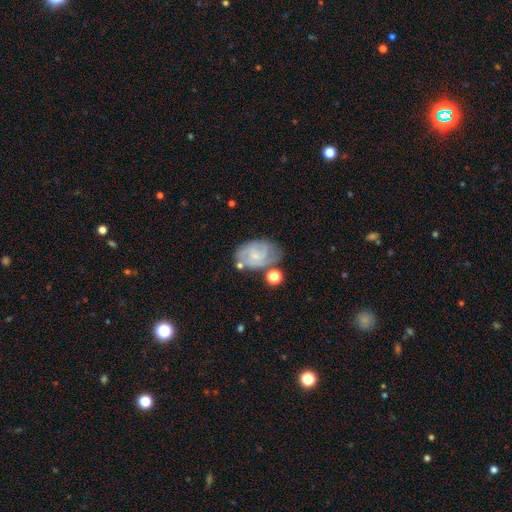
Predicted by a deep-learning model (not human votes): Smooth or featured? featured or disk (71%)
Edge-on disk? no (97%)
Bar? no (64%)
Spiral arms? yes (91%)
Spiral winding? tight (56%)
Spiral arm count? 2 (34%)
Bulge size? small (70%)
Merging? none (59%)